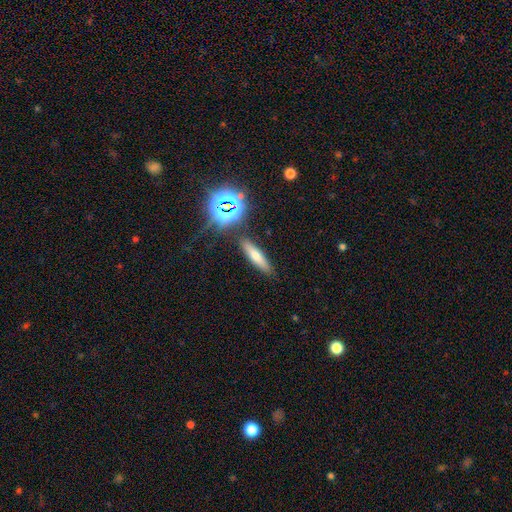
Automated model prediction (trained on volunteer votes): A smooth galaxy with no disk features (54%) that is cigar-shaped (71%).

Vote fractions:
- Smooth or featured? smooth: 54% / featured or disk: 24% / star or artifact: 21%
- How rounded? cigar-shaped: 71% / in between: 22% / round: 7%
- Merging? none: 87% / minor disturbance: 8% / merger: 3% / major disturbance: 2%